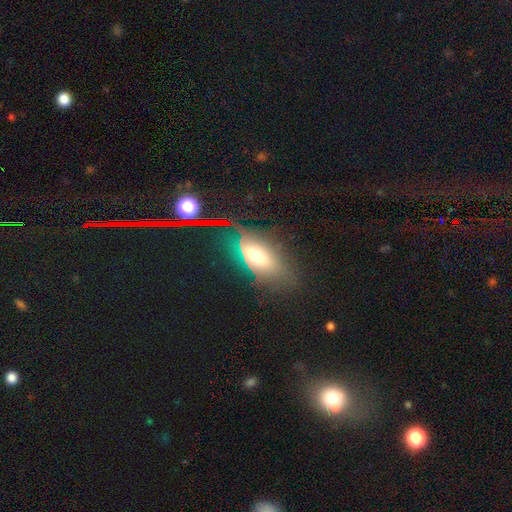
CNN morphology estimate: Overall: smooth (56%; featured or disk 27%). How rounded: in between (84%). Merging: none (60%; minor disturbance 24%).